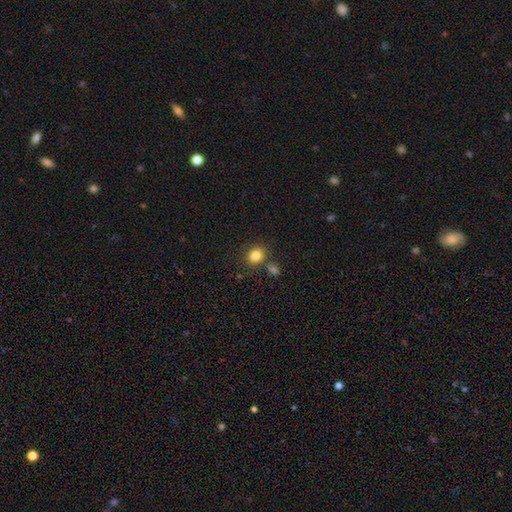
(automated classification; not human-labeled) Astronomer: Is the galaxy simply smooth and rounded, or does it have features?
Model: smooth — 83%.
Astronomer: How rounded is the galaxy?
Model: round — 59% (runner-up: in between, 40%).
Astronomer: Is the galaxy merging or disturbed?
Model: none — 74%.